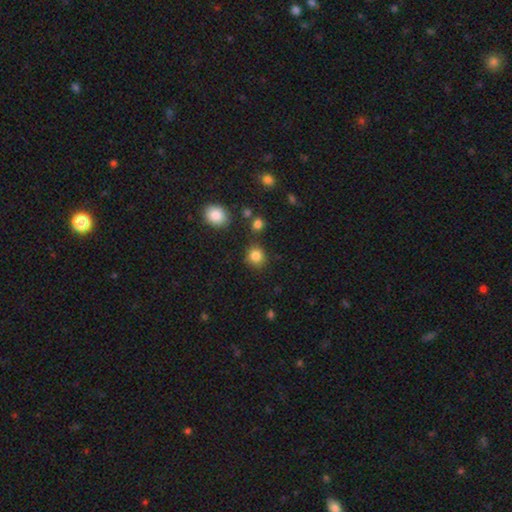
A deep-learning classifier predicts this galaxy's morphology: This appears to be a smooth galaxy with no disk features (84%) that is round (88%). Merging: none (84%).